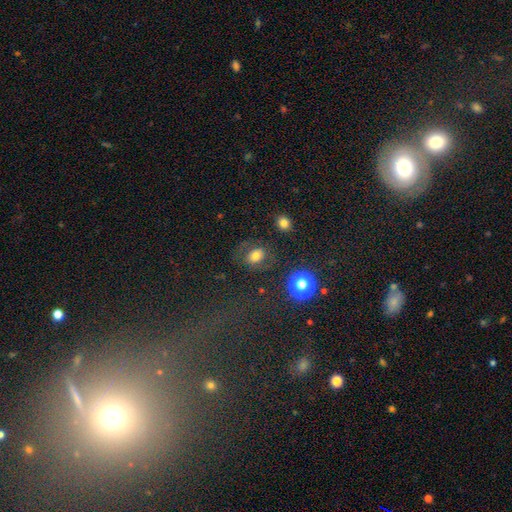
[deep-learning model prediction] Smooth or featured? Predicted: smooth (p=0.66). How rounded? Predicted: round (p=0.50). Merging? Predicted: none (p=0.69).